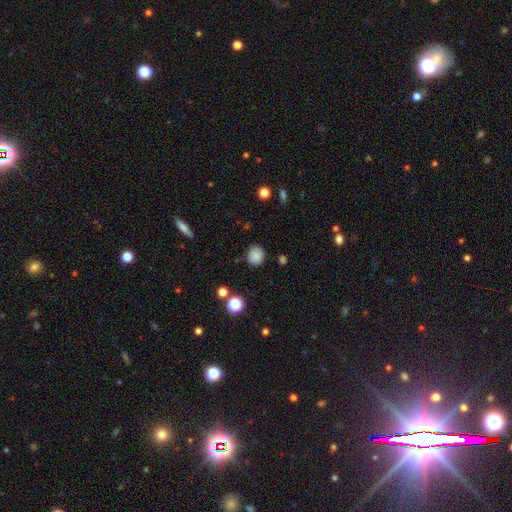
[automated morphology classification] A smooth galaxy with no disk features (84%) that is round (84%).

Vote fractions:
- Smooth or featured? smooth: 84% / star or artifact: 11% / featured or disk: 5%
- How rounded? round: 84% / in between: 15% / cigar-shaped: 1%
- Merging? none: 84% / minor disturbance: 12% / major disturbance: 3% / merger: 2%